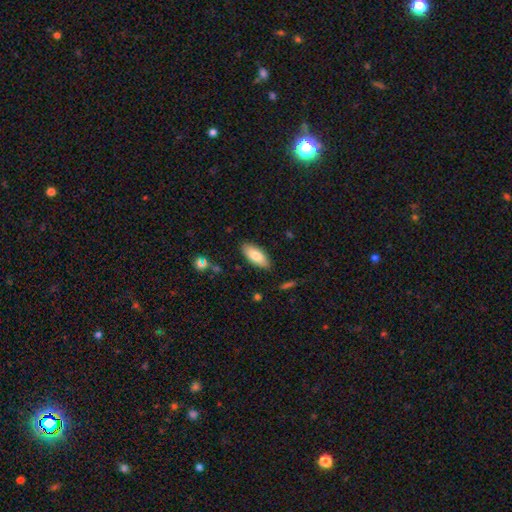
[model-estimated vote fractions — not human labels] Smooth or featured: smooth — 79% (featured or disk — 15%)
How rounded: in between — 86% (cigar-shaped — 12%)
Merging: none — 86% (minor disturbance — 10%)